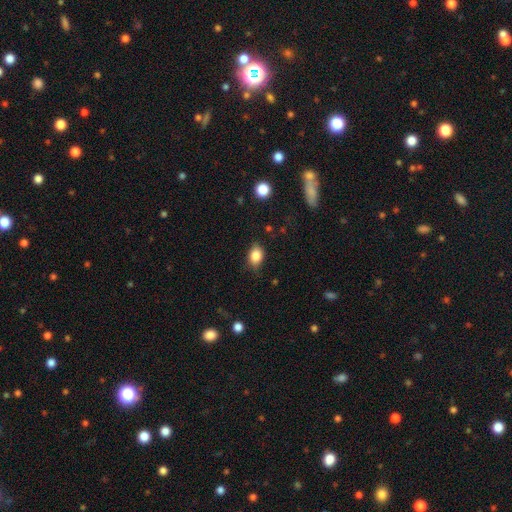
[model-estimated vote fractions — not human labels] Morphology: type=smooth (84%); roundness=in between (73%); merging=none (77%).